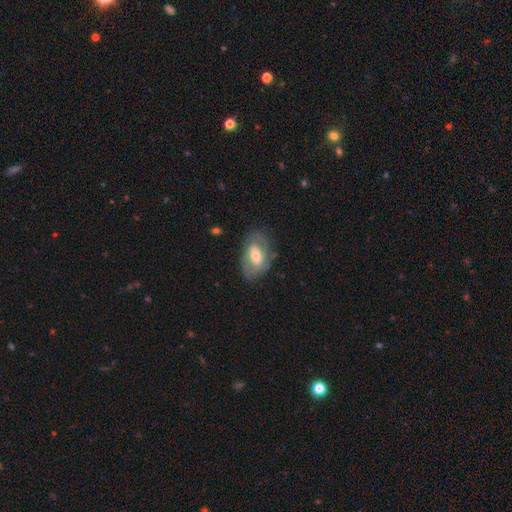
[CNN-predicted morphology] Smooth or featured? Predicted: featured or disk (p=0.65). Edge-on disk? Predicted: no (p=0.94). Bar? Predicted: weak (p=0.43). Spiral arms? Predicted: yes (p=0.75). Bulge size? Predicted: moderate (p=0.64). Merging? Predicted: none (p=0.69).